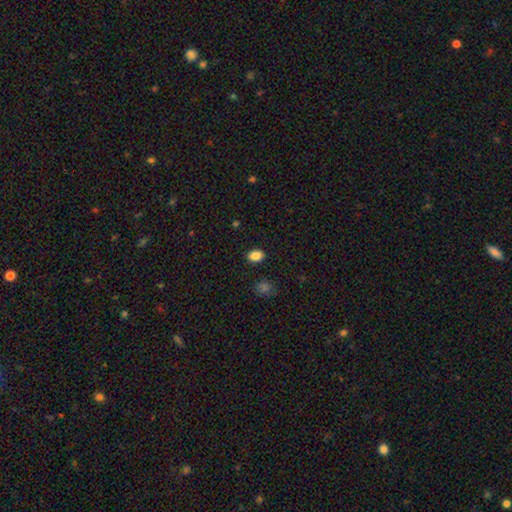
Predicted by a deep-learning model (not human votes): Smooth or featured?
  - smooth: 87% *
  - star or artifact: 10%
  - featured or disk: 4%
How rounded?
  - in between: 78% *
  - round: 21%
  - cigar-shaped: 1%
Merging?
  - none: 89% *
  - minor disturbance: 7%
  - major disturbance: 2%
  - merger: 1%